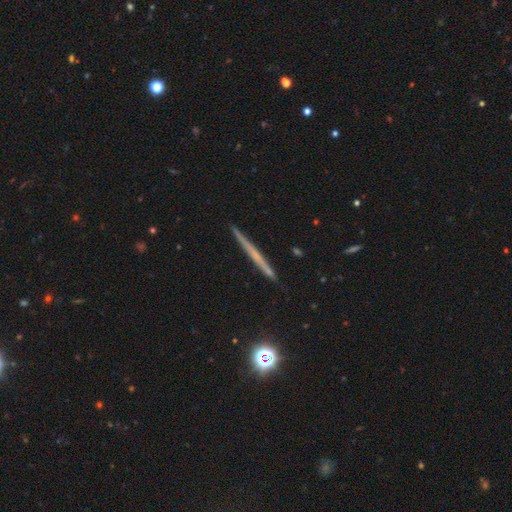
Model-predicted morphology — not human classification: smooth_or_featured: featured or disk (p=0.54) [alt: smooth p=0.38]
disk_edge_on: yes (p=0.98) [alt: no p=0.02]
edge_on_bulge: none (p=0.89) [alt: rounded p=0.08]
merging: none (p=0.91) [alt: minor disturbance p=0.06]